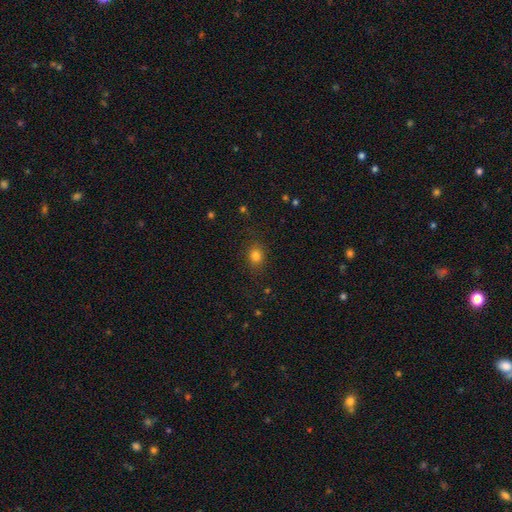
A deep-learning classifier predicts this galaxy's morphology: This appears to be a smooth galaxy with no disk features (80%) that is round (57%). Merging: none (83%).